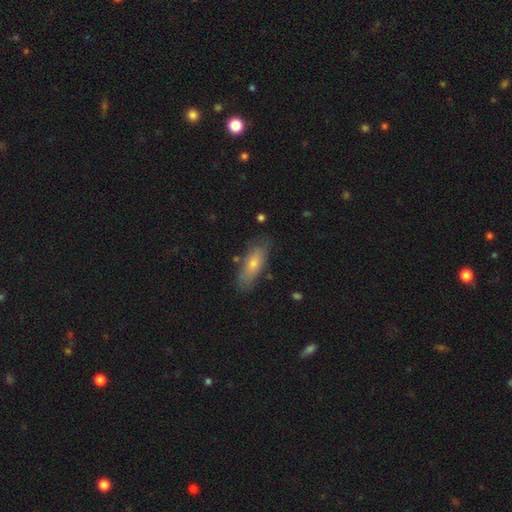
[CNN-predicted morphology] Smooth or featured? smooth (62%)
How rounded? in between (51%)
Merging? none (80%)